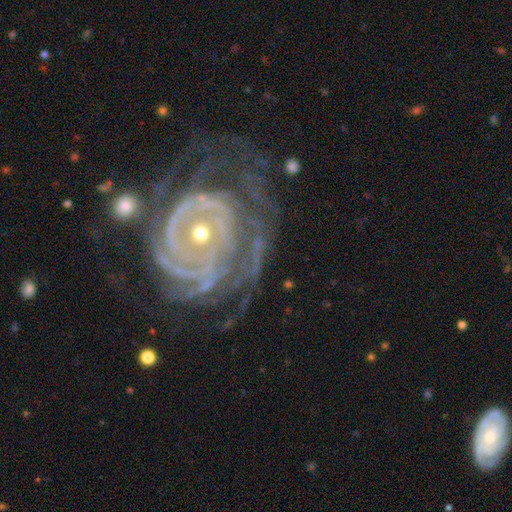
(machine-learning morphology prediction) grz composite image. It shows a featured or disk galaxy (89%) with no bar (74%), tight (79%) spiral arms (97%) and a small central bulge (64%). Merging: none (55%).